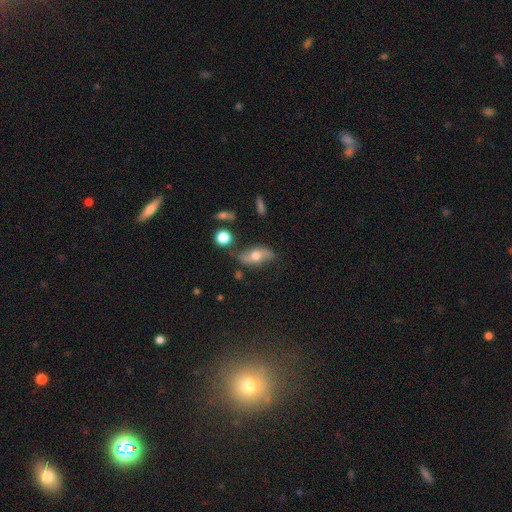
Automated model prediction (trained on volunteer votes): Smooth or featured?
  - featured or disk: 48% *
  - smooth: 43%
  - star or artifact: 8%
Merging?
  - none: 69% *
  - minor disturbance: 21%
  - major disturbance: 6%
  - merger: 4%